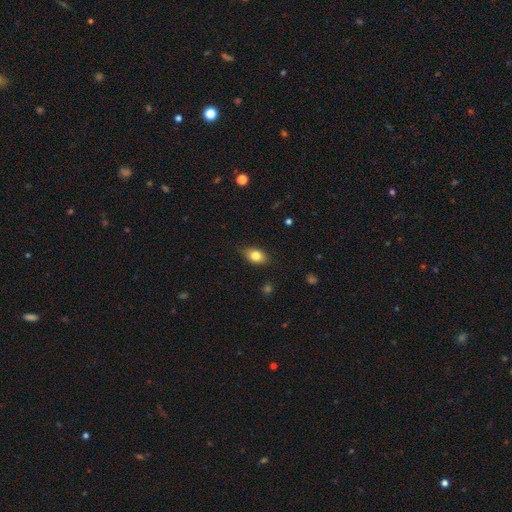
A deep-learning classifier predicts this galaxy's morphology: Overall: smooth (81%). How rounded: in between (81%). Merging: none (81%).